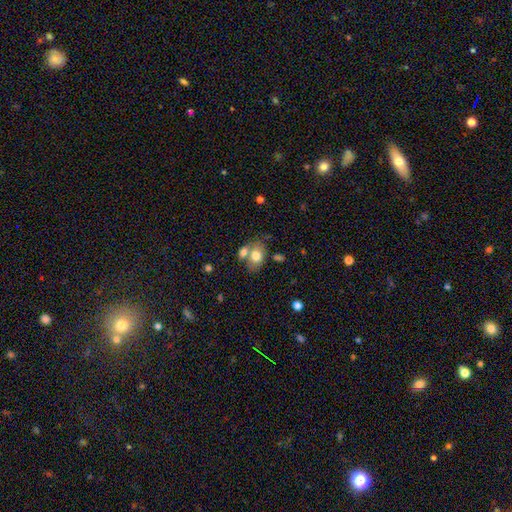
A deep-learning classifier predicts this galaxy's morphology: Smooth or featured? smooth (75%)
How rounded? in between (76%)
Merging? none (45%)